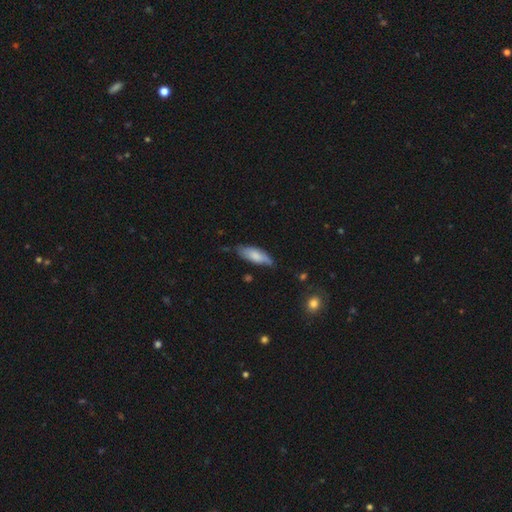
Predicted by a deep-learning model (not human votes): Morphology: type=smooth (72%); roundness=in between (65%); merging=none (63%).